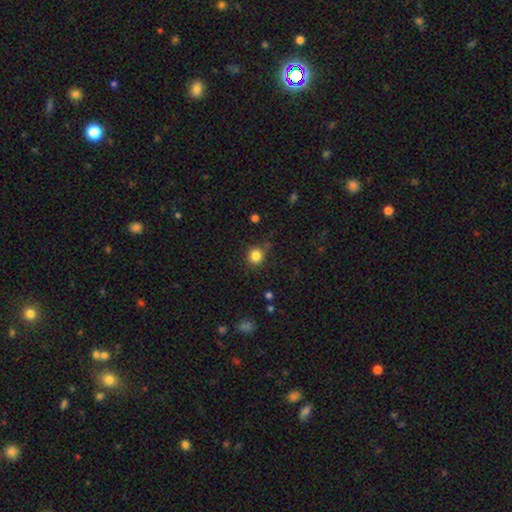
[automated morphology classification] A smooth galaxy with no disk features (84%) that is round (91%).

Vote fractions:
- Smooth or featured? smooth: 84% / star or artifact: 12% / featured or disk: 4%
- How rounded? round: 91% / in between: 8% / cigar-shaped: 1%
- Merging? none: 81% / minor disturbance: 13% / major disturbance: 3% / merger: 3%